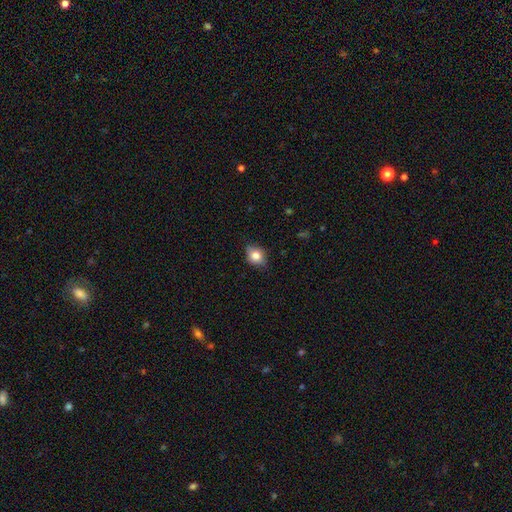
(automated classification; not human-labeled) A smooth galaxy with no disk features (79%) that is in between round and cigar-shaped (50%).

Vote fractions:
- Smooth or featured? smooth: 79% / featured or disk: 11% / star or artifact: 9%
- How rounded? in between: 50% / round: 49% / cigar-shaped: 2%
- Merging? none: 76% / minor disturbance: 20% / major disturbance: 3% / merger: 1%